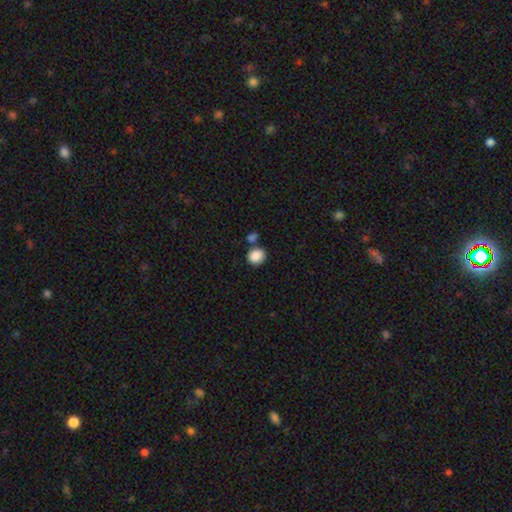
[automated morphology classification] Smooth or featured: smooth — 88% (star or artifact — 8%)
How rounded: round — 79% (in between — 20%)
Merging: none — 70% (merger — 16%)